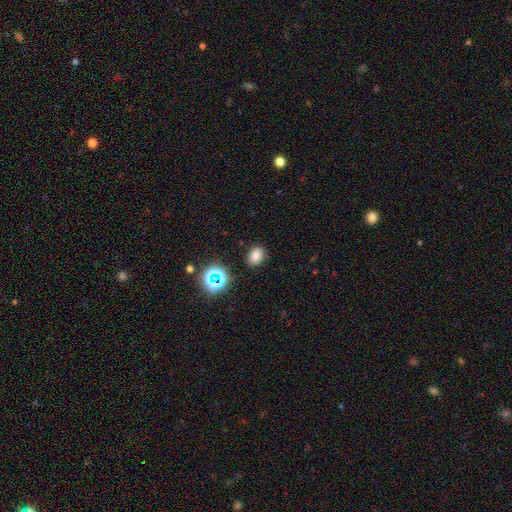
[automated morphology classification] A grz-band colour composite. It shows a smooth galaxy with no disk features (76%) that is in between round and cigar-shaped (62%). Merging: none (86%).